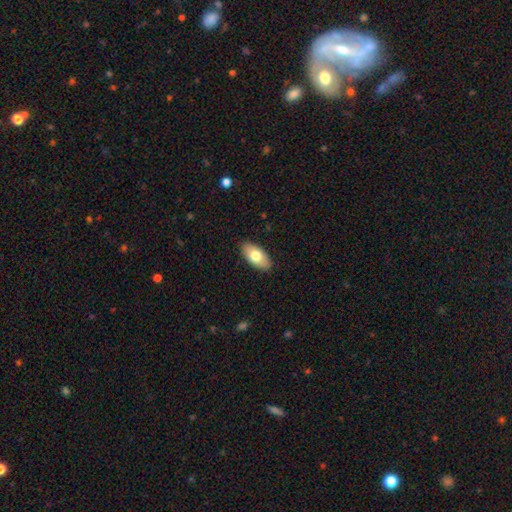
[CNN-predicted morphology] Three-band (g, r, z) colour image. It shows a smooth galaxy with no disk features (75%) that is in between round and cigar-shaped (94%). Merging: none (88%).